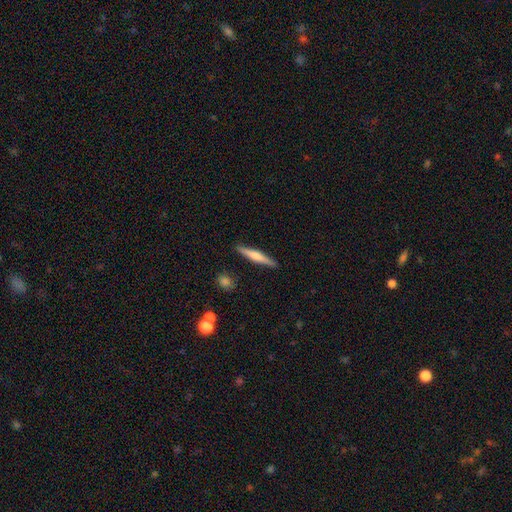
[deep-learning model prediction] smooth-or-featured: smooth: 54% | featured or disk: 41% | star or artifact: 6%
  how-rounded: cigar-shaped: 92% | in between: 6% | round: 2%
  merging: none: 90% | minor disturbance: 7% | major disturbance: 2% | merger: 2%